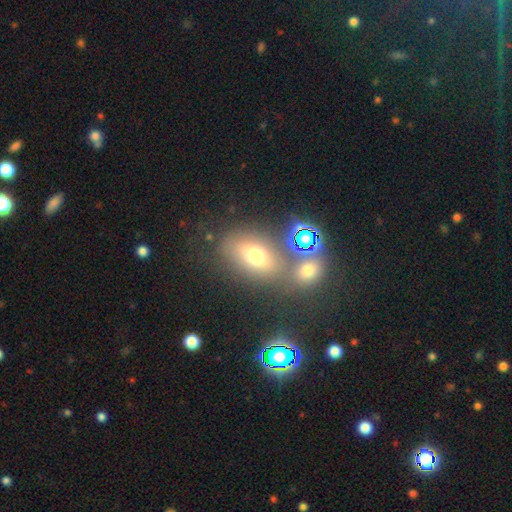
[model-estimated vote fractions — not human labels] smooth-or-featured: smooth: 64% | star or artifact: 19% | featured or disk: 16%
  how-rounded: in between: 72% | round: 25% | cigar-shaped: 3%
  merging: none: 63% | merger: 18% | minor disturbance: 13% | major disturbance: 6%